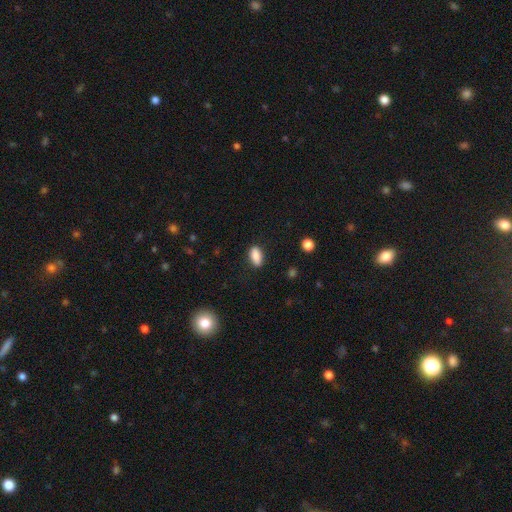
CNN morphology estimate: Q: Smooth or featured?
A: smooth (87%); runner-up: star or artifact (8%)
Q: How rounded?
A: in between (86%); runner-up: cigar-shaped (10%)
Q: Merging?
A: none (85%); runner-up: minor disturbance (11%)